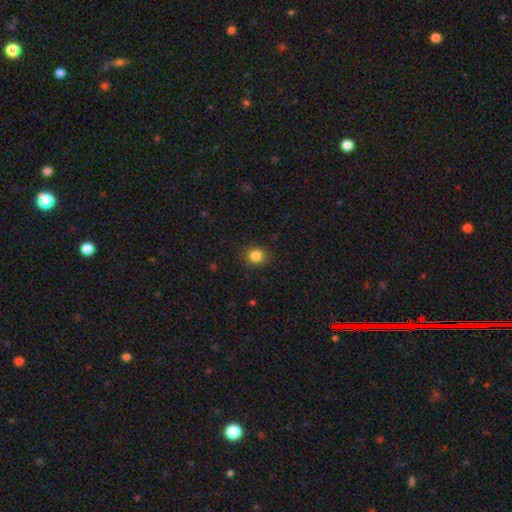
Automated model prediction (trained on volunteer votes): Smooth or featured: smooth — 85% (star or artifact — 11%)
How rounded: round — 73% (in between — 26%)
Merging: none — 87% (minor disturbance — 9%)